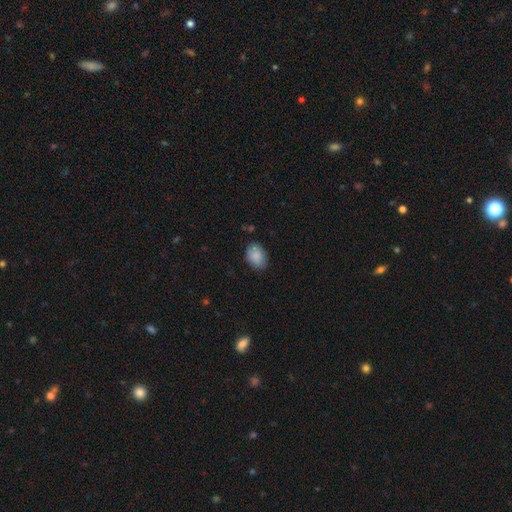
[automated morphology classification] This is clearly a smooth galaxy (88%). How rounded: clearly in between (83%). Merging: likely none (77%).